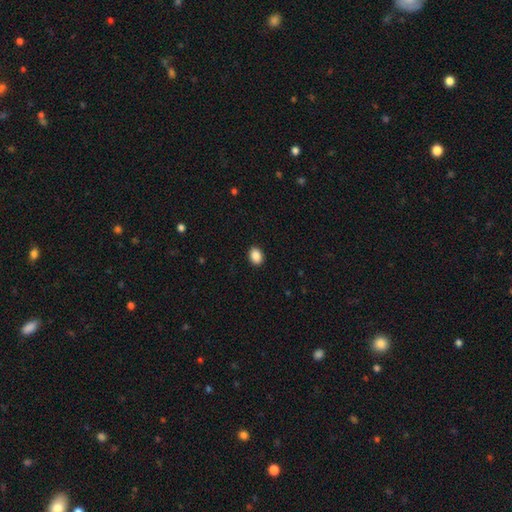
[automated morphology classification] Smooth or featured?
  - smooth: 89% *
  - star or artifact: 8%
  - featured or disk: 3%
How rounded?
  - in between: 71% *
  - round: 28%
  - cigar-shaped: 1%
Merging?
  - none: 91% *
  - minor disturbance: 6%
  - major disturbance: 2%
  - merger: 1%